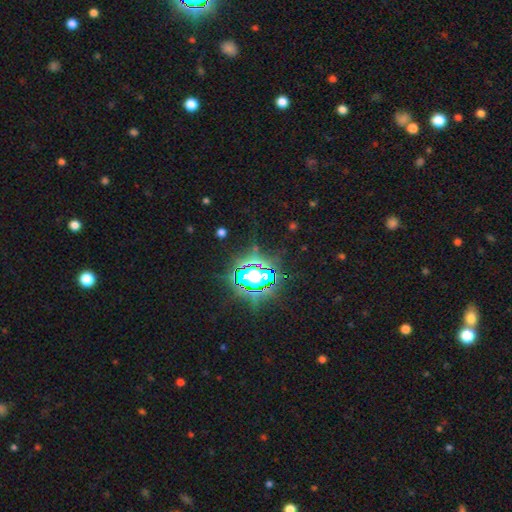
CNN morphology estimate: This appears to be a star or artifact, not a galaxy (81%).